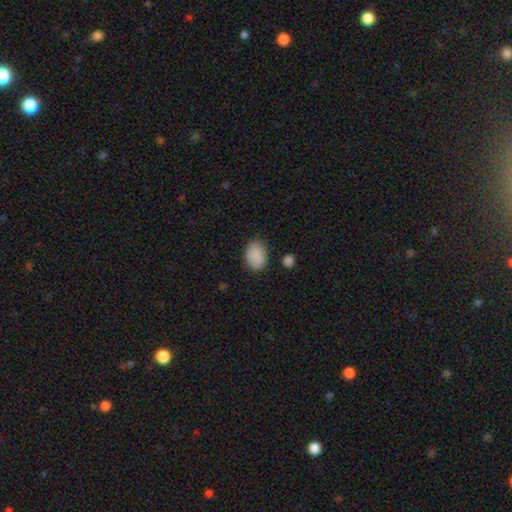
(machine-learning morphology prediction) Smooth or featured? smooth (89%)
How rounded? in between (75%)
Merging? none (80%)